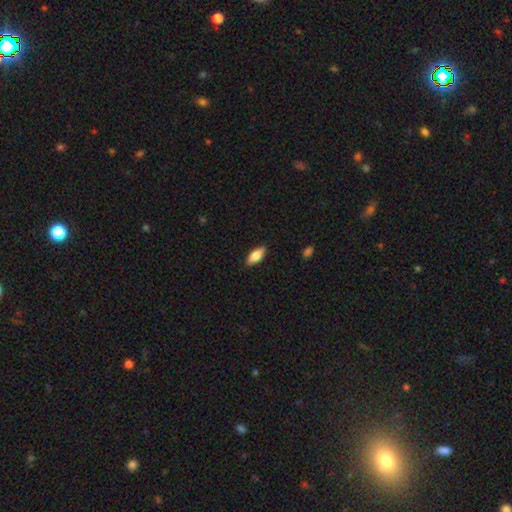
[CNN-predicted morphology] A smooth galaxy with no disk features (75%) that is in between round and cigar-shaped (81%). Merging: none (87%).